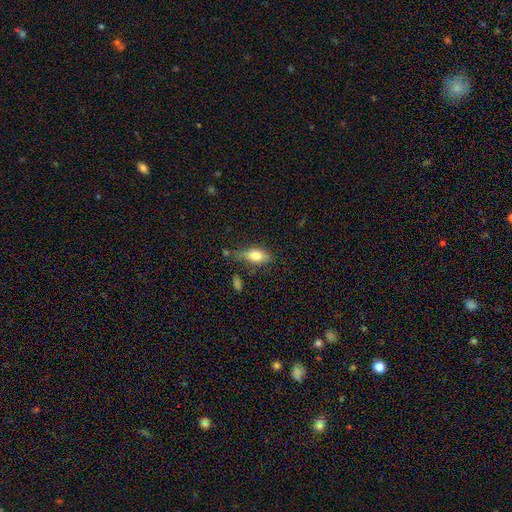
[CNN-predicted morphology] type=smooth (76%); roundness=in between (84%); merging=none (64%).